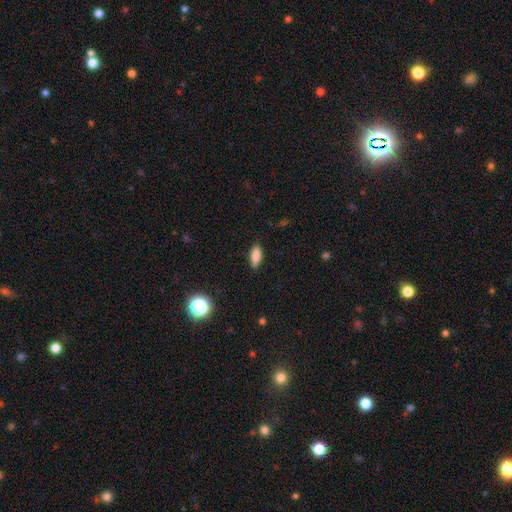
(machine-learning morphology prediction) type=smooth (85%); roundness=in between (77%); merging=none (86%).